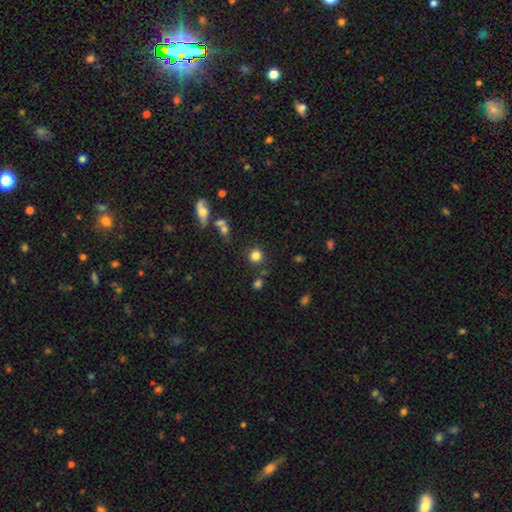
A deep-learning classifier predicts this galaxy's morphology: Smooth or featured? Predicted: smooth (p=0.82). How rounded? Predicted: round (p=0.90). Merging? Predicted: none (p=0.81).